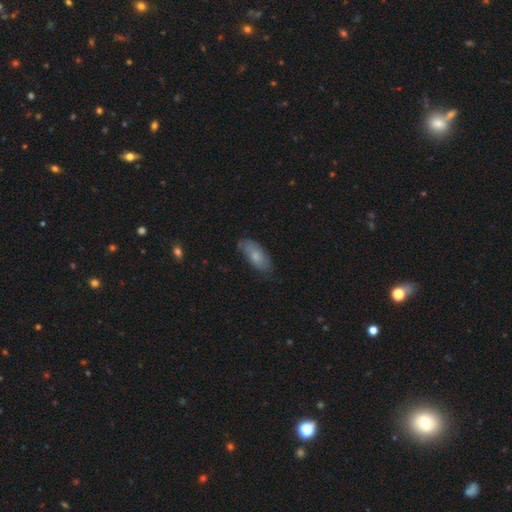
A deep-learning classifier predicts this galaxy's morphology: This is likely a smooth galaxy (69%). How rounded: clearly in between (84%). Merging: likely none (67%).